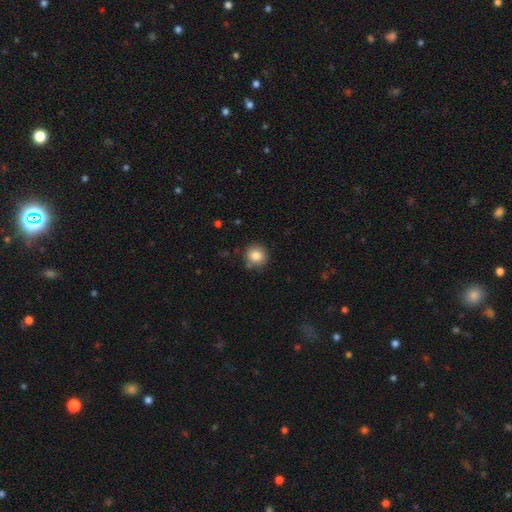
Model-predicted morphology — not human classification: smooth_or_featured: smooth (p=0.84) [alt: star or artifact p=0.09]
how_rounded: round (p=0.91) [alt: in between p=0.08]
merging: none (p=0.84) [alt: minor disturbance p=0.10]